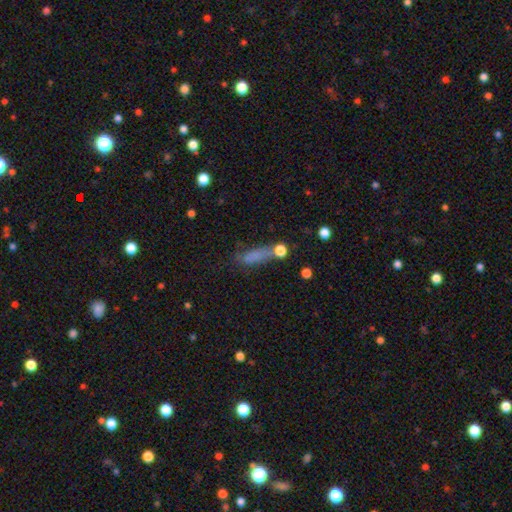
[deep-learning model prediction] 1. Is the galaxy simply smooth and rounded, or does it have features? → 68% smooth, 16% star or artifact, 16% featured or disk.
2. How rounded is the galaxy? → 57% cigar-shaped, 37% in between, 5% round.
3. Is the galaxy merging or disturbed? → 50% none, 23% minor disturbance, 15% major disturbance, 12% merger.